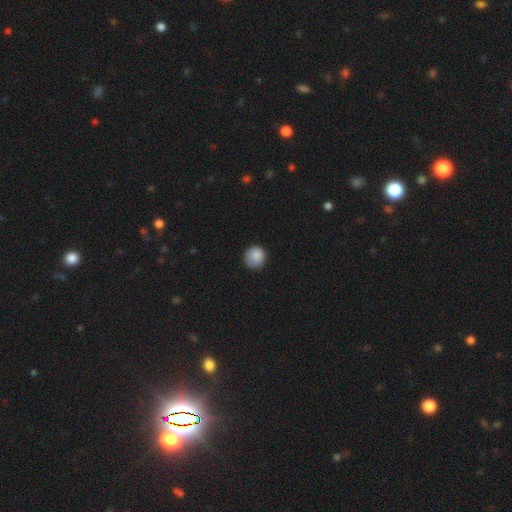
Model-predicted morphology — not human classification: Q: Smooth or featured?
A: smooth (88%); runner-up: star or artifact (9%)
Q: How rounded?
A: round (87%); runner-up: in between (12%)
Q: Merging?
A: none (79%); runner-up: minor disturbance (17%)